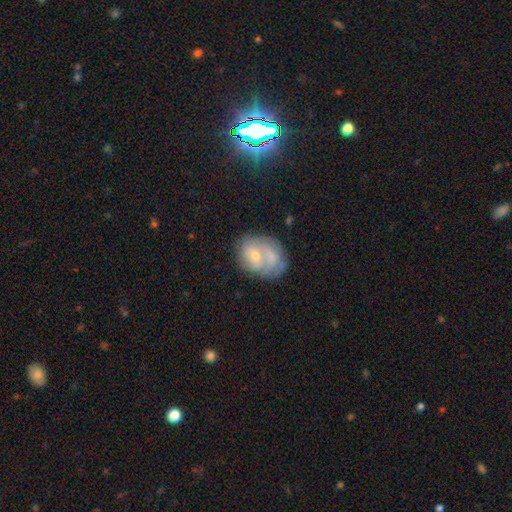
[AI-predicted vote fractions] smooth-or-featured: featured or disk: 55% | smooth: 33% | star or artifact: 12%
  disk-edge-on: no: 97% | yes: 3%
    bar: no: 64% | weak: 29% | strong: 7%
    has-spiral-arms: yes: 55% | no: 45%
    bulge-size: small: 60% | moderate: 32% | none: 4% | large: 2% | dominant: 1%
  merging: none: 46% | merger: 23% | minor disturbance: 21% | major disturbance: 10%